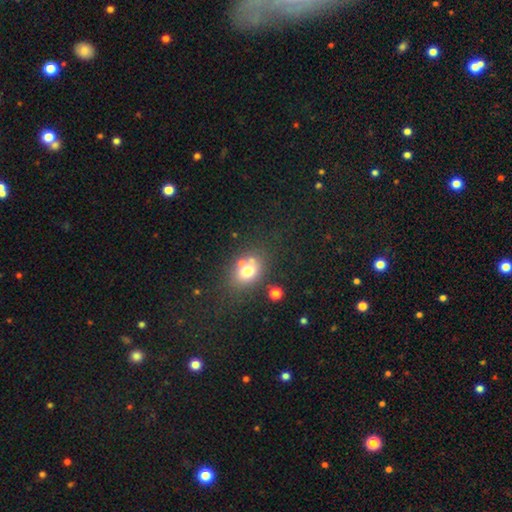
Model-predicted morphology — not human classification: This is likely a smooth galaxy (62%). How rounded: possibly round (56%). Merging: likely none (72%).